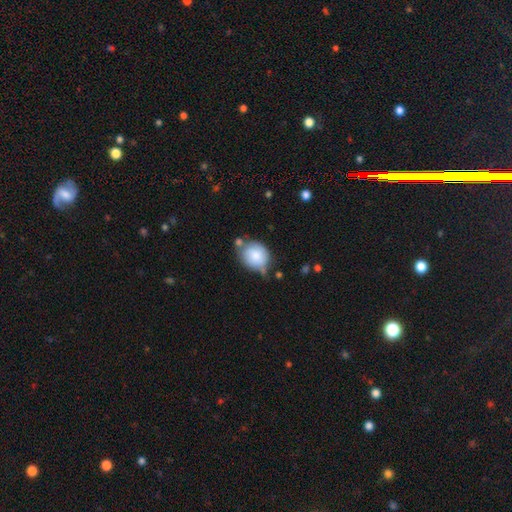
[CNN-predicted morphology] Overall: smooth (80%). How rounded: round (60%; in between 39%). Merging: none (50%; minor disturbance 28%).